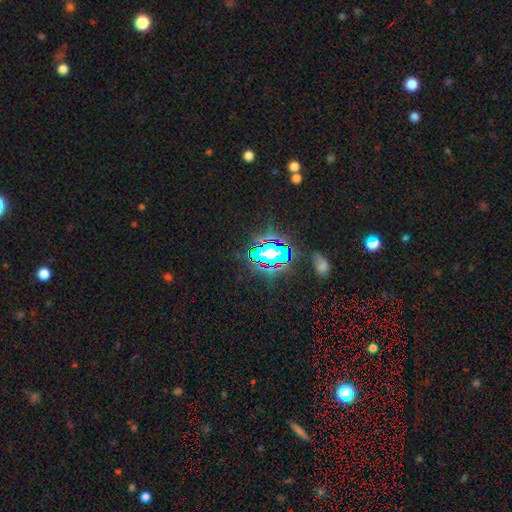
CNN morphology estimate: smooth_or_featured: star or artifact (p=0.70) [alt: smooth p=0.17]